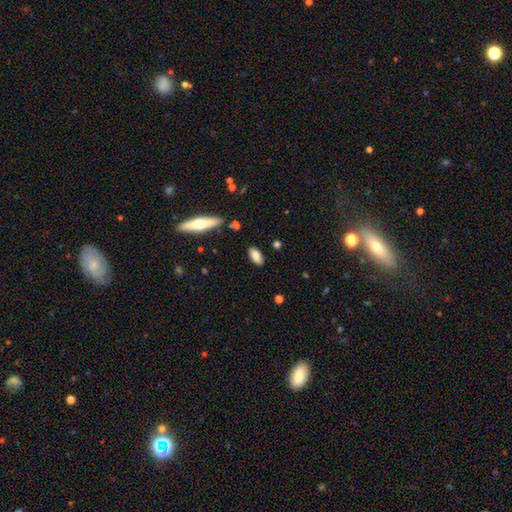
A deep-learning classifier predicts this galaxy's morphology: This appears to be a smooth galaxy with no disk features (82%) that is in between round and cigar-shaped (87%). Merging: none (84%).